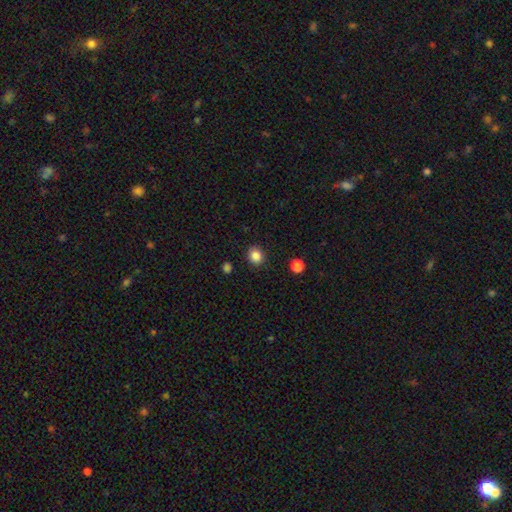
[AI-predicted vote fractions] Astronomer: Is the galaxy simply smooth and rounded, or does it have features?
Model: smooth — 86%.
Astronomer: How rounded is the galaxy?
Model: round — 76%.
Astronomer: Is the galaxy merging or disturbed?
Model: none — 88%.